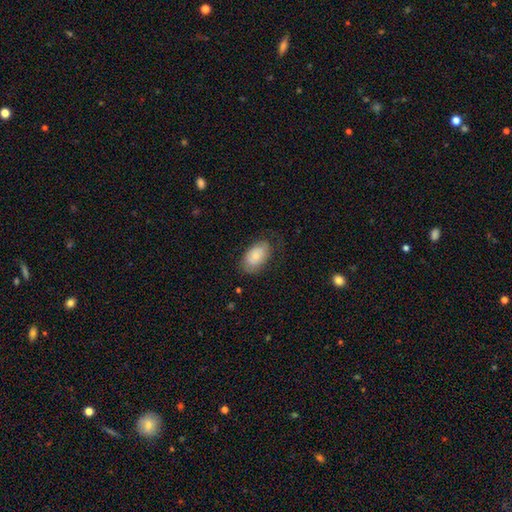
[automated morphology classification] Smooth or featured? smooth (71%)
How rounded? in between (93%)
Merging? none (68%)